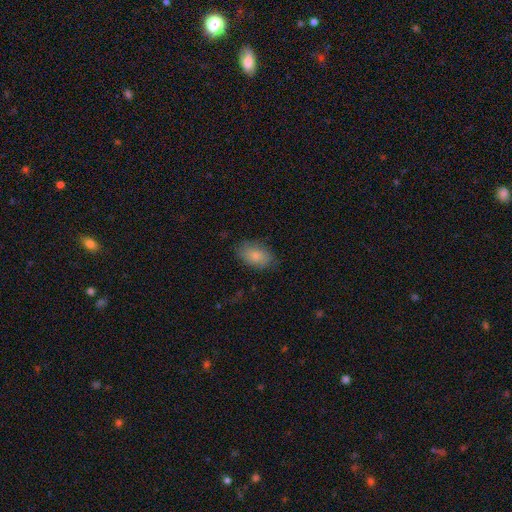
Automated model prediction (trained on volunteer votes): smooth-or-featured: smooth: 82% | featured or disk: 12% | star or artifact: 7%
  how-rounded: in between: 90% | round: 8% | cigar-shaped: 2%
  merging: none: 77% | minor disturbance: 17% | major disturbance: 4% | merger: 1%